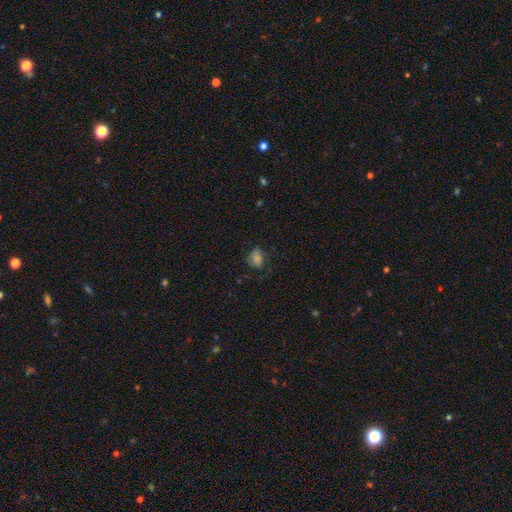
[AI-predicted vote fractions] Overall: smooth (58%; star or artifact 22%). How rounded: round (51%; in between 47%). Merging: none (67%).